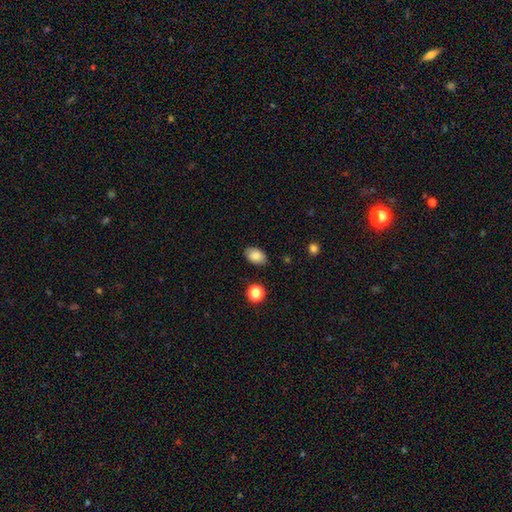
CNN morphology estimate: Overall: smooth (84%). How rounded: in between (87%). Merging: none (83%).